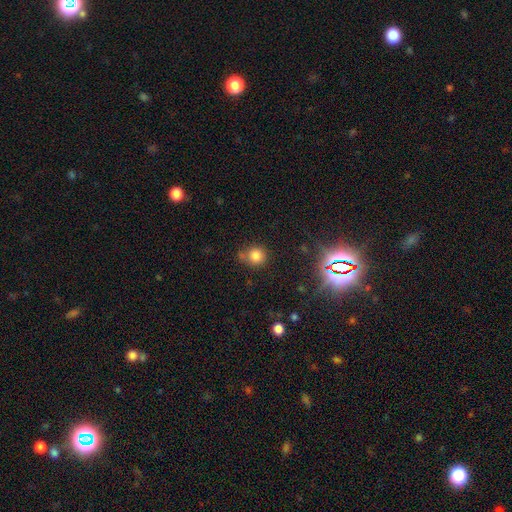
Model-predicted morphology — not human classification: smooth 79%, star or artifact 14%, featured or disk 7%. Down the decision tree: how rounded — round (87%); merging — none (66%).